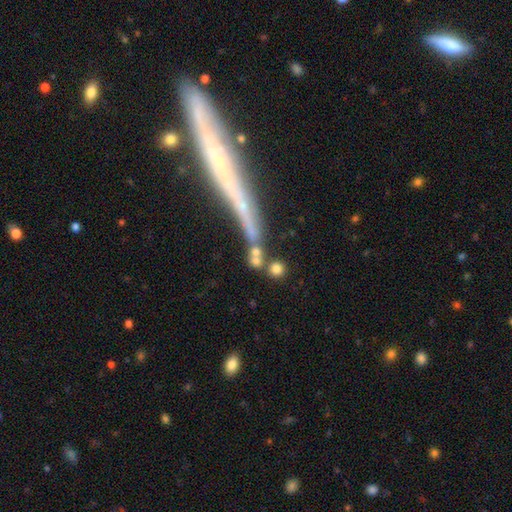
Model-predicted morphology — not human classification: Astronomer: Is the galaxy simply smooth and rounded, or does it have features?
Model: smooth — 65%.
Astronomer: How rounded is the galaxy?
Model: round — 65%.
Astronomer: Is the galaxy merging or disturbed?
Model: none — 57%.